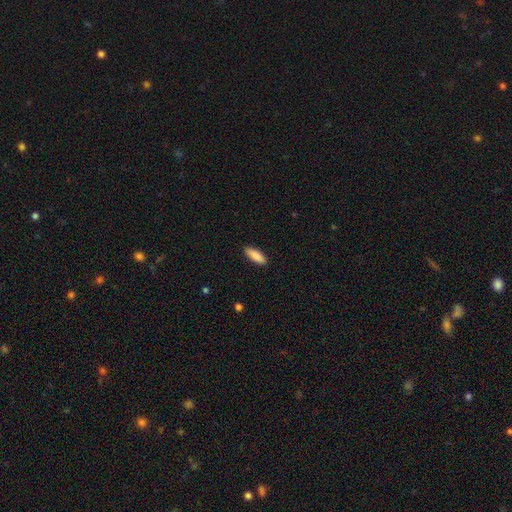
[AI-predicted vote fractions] Smooth or featured? Predicted: smooth (p=0.88). How rounded? Predicted: in between (p=0.61). Merging? Predicted: none (p=0.90).